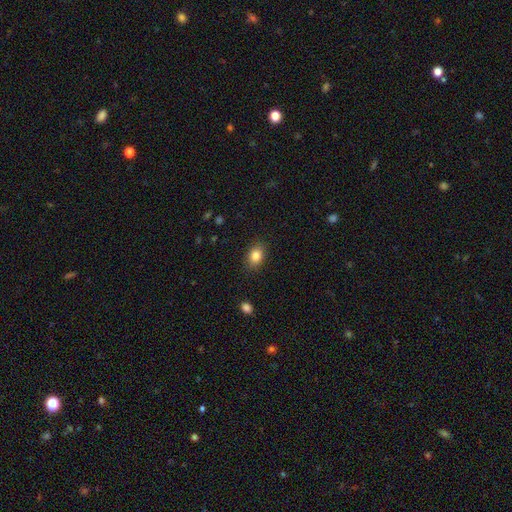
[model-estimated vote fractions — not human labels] smooth 85%, star or artifact 9%, featured or disk 6%. Down the decision tree: how rounded — in between (71%); merging — none (87%).